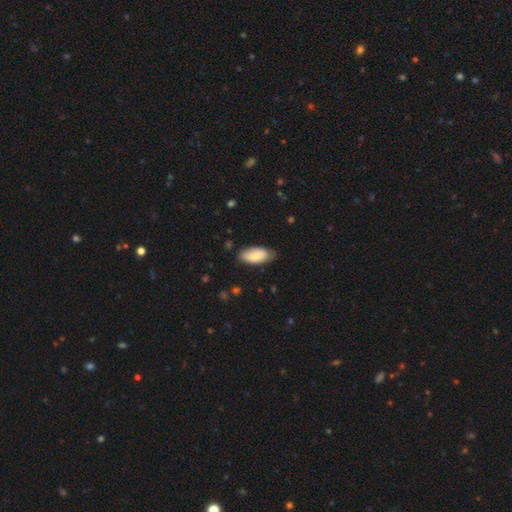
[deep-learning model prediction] A smooth galaxy with no disk features (81%) that is in between round and cigar-shaped (92%).

Vote fractions:
- Smooth or featured? smooth: 81% / featured or disk: 13% / star or artifact: 6%
- How rounded? in between: 92% / cigar-shaped: 6% / round: 2%
- Merging? none: 73% / minor disturbance: 23% / major disturbance: 4% / merger: 1%